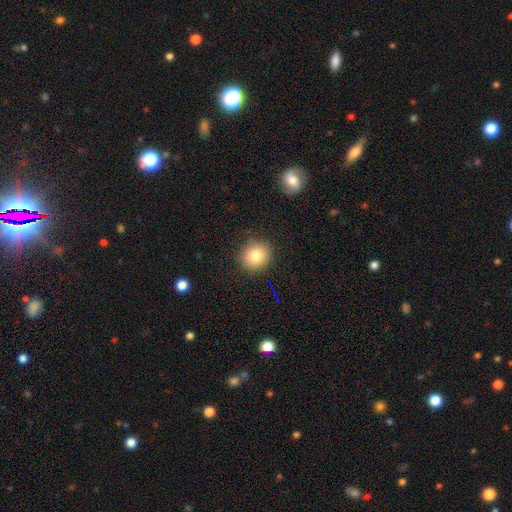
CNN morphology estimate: Q: Smooth or featured?
A: smooth (81%); runner-up: star or artifact (10%)
Q: How rounded?
A: round (82%); runner-up: in between (17%)
Q: Merging?
A: none (87%); runner-up: minor disturbance (9%)